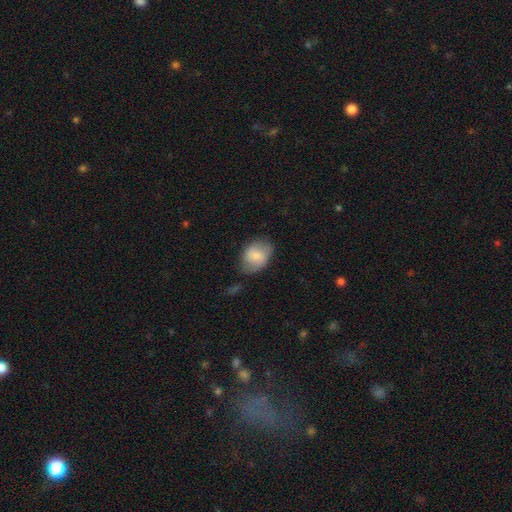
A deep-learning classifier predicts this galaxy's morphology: Smooth or featured: smooth — 76% (featured or disk — 17%)
How rounded: in between — 72% (round — 27%)
Merging: none — 64% (minor disturbance — 26%)